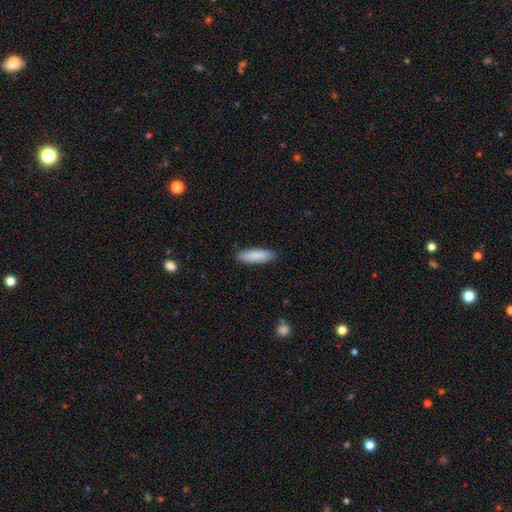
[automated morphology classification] Smooth or featured: smooth — 88% (featured or disk — 6%)
How rounded: cigar-shaped — 59% (in between — 40%)
Merging: none — 89% (minor disturbance — 8%)